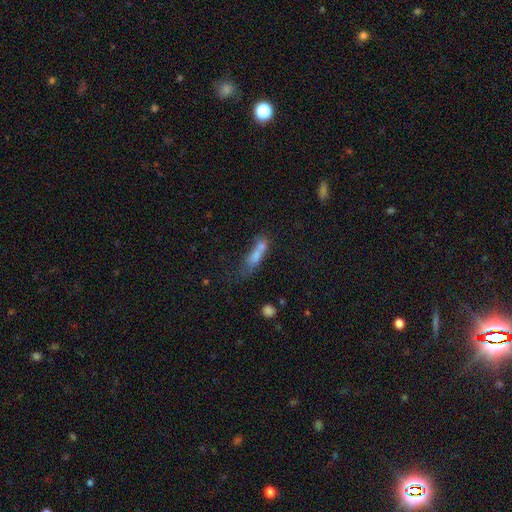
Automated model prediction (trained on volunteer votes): This appears to be a smooth galaxy with no disk features (62%) that is cigar-shaped (48%). Merging: merger (48%).